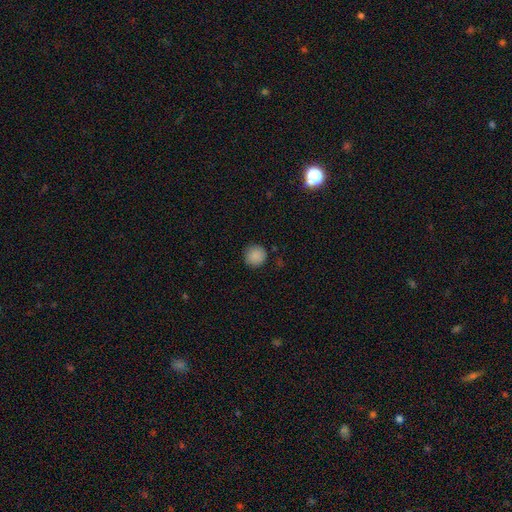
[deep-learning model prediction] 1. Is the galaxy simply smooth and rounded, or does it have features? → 87% smooth, 9% star or artifact, 4% featured or disk.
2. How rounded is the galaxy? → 95% round, 5% in between, 1% cigar-shaped.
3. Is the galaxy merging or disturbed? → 88% none, 9% minor disturbance, 2% major disturbance, 1% merger.